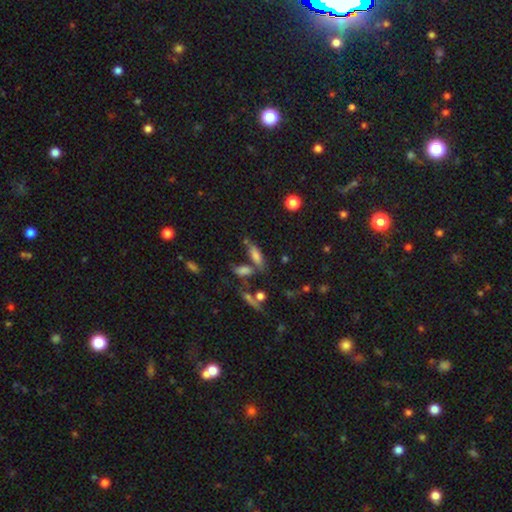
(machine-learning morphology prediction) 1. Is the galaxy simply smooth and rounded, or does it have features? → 69% smooth, 17% featured or disk, 14% star or artifact.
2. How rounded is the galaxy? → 52% in between, 44% cigar-shaped, 4% round.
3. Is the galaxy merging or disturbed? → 56% none, 20% merger, 16% minor disturbance, 8% major disturbance.